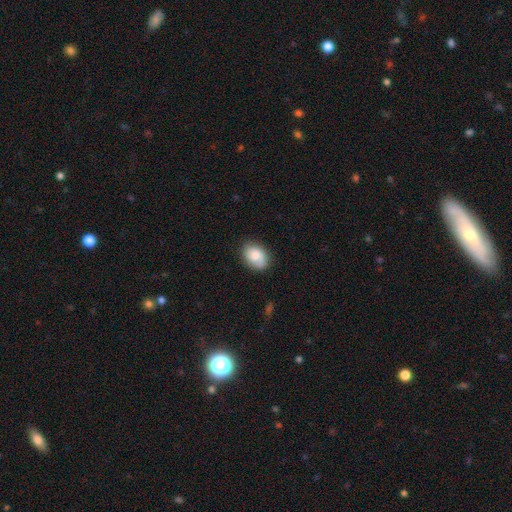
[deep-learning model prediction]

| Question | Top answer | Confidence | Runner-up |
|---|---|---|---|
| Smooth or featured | smooth | 75% | featured or disk (17%) |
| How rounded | in between | 73% | round (26%) |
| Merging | none | 77% | minor disturbance (18%) |